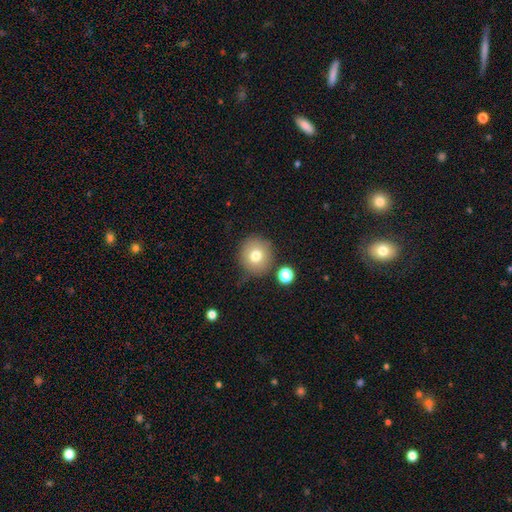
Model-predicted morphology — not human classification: smooth 76%, featured or disk 13%, star or artifact 11%. Down the decision tree: how rounded — round (91%); merging — none (78%).